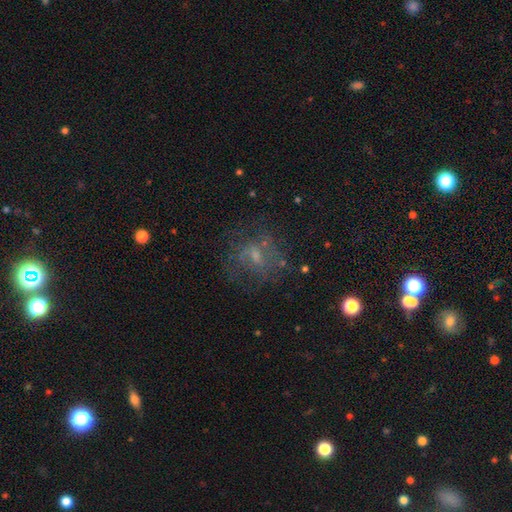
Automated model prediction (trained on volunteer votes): smooth-or-featured: featured or disk: 50% | smooth: 33% | star or artifact: 17%
  disk-edge-on: no: 97% | yes: 3%
  merging: none: 59% | major disturbance: 19% | minor disturbance: 19% | merger: 3%